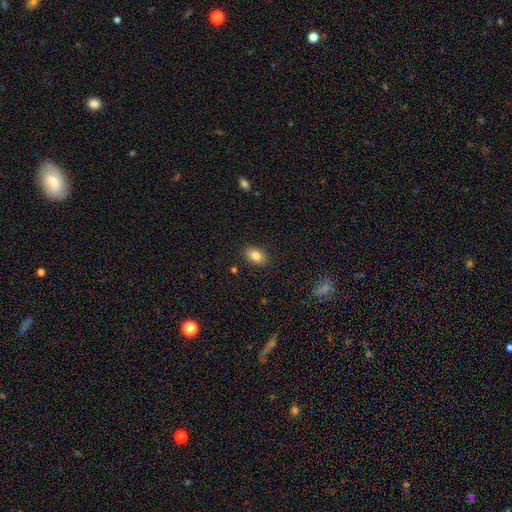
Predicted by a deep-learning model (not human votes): Smooth or featured? Predicted: smooth (p=0.84). How rounded? Predicted: in between (p=0.79). Merging? Predicted: none (p=0.87).